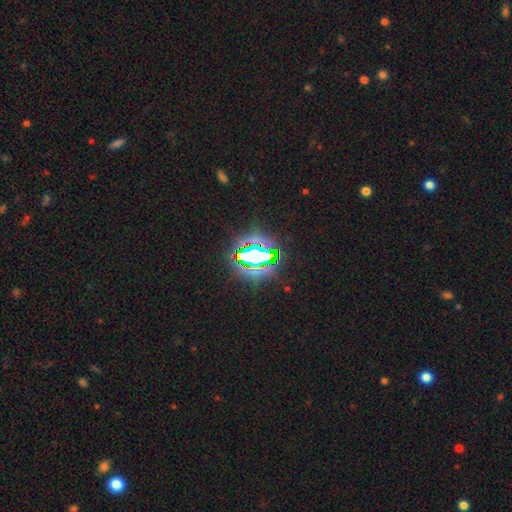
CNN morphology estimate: Smooth or featured?
  - star or artifact: 69% *
  - smooth: 17%
  - featured or disk: 13%